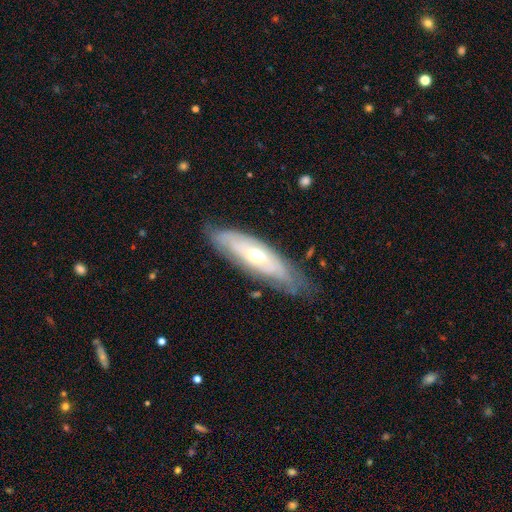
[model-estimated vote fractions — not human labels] A featured or disk galaxy (69%).

Vote fractions:
- Smooth or featured? featured or disk: 69% / smooth: 25% / star or artifact: 6%
- Edge-on disk? no: 71% / yes: 29%
- Merging? none: 71% / minor disturbance: 22% / major disturbance: 6% / merger: 1%